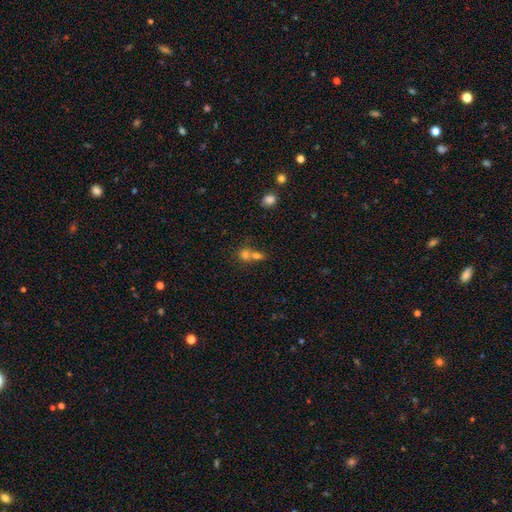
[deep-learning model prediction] smooth-or-featured: smooth: 68% | star or artifact: 17% | featured or disk: 15%
  how-rounded: round: 68% | in between: 30% | cigar-shaped: 2%
  merging: merger: 60% | none: 31% | minor disturbance: 6% | major disturbance: 4%